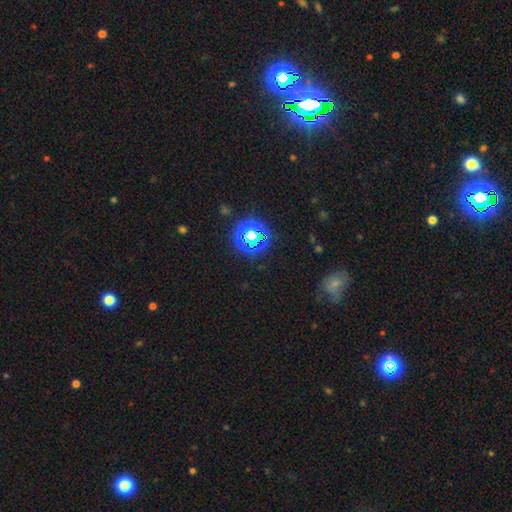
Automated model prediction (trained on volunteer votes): Q: Smooth or featured?
A: star or artifact (71%); runner-up: smooth (21%)